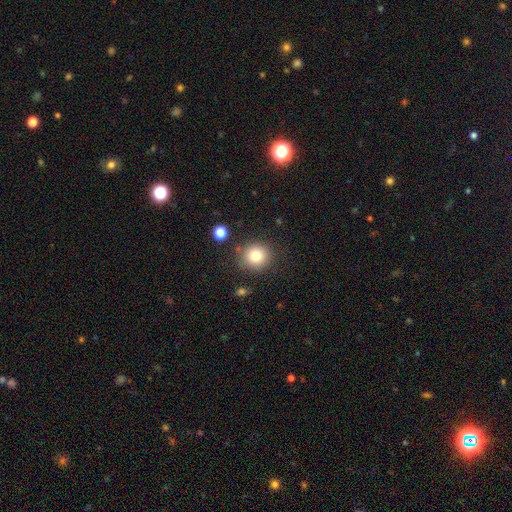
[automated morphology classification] A smooth galaxy with no disk features (80%) that is round (88%).

Vote fractions:
- Smooth or featured? smooth: 80% / star or artifact: 11% / featured or disk: 8%
- How rounded? round: 88% / in between: 11% / cigar-shaped: 1%
- Merging? none: 83% / minor disturbance: 10% / merger: 4% / major disturbance: 3%